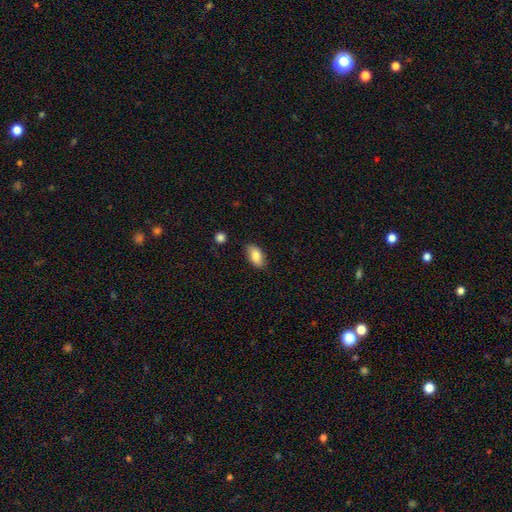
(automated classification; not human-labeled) Smooth or featured: smooth — 84% (featured or disk — 9%)
How rounded: in between — 92% (round — 4%)
Merging: none — 83% (minor disturbance — 12%)